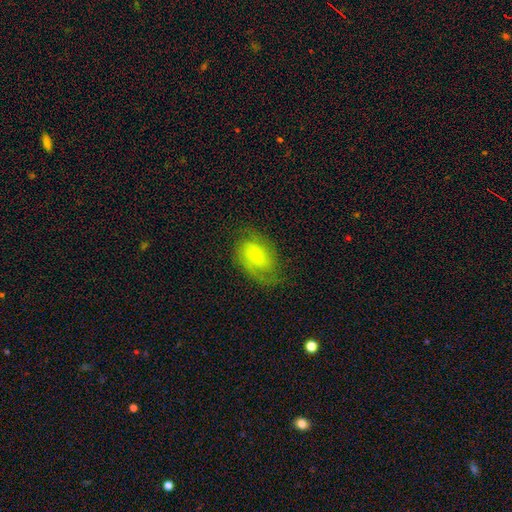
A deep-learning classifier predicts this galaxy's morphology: Smooth or featured? Predicted: featured or disk (p=0.66). Edge-on disk? Predicted: no (p=0.97). Bar? Predicted: no (p=0.55). Spiral arms? Predicted: yes (p=0.93). Spiral winding? Predicted: medium (p=0.48). Spiral arm count? Predicted: 2 (p=0.75). Bulge size? Predicted: small (p=0.49). Merging? Predicted: none (p=0.69).